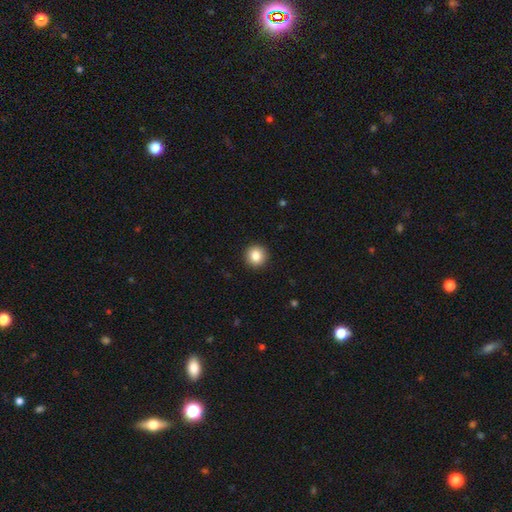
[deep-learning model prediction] The model was most divided on "smooth or featured": smooth: 85%, star or artifact: 9%, featured or disk: 5%. More confident: how rounded — round (95%); merging — none (93%).